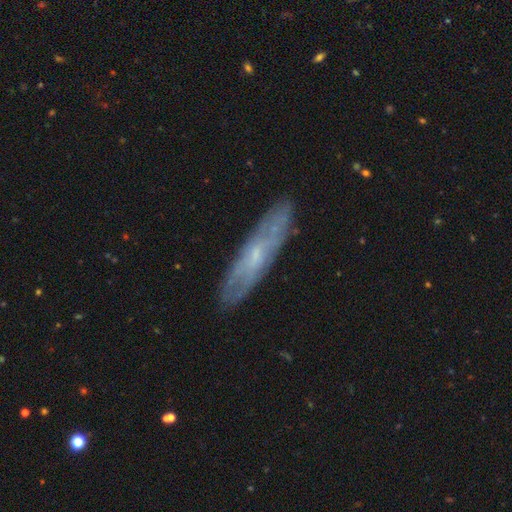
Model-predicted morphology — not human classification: The model was most divided on "edge-on disk": yes: 51%, no: 49%. More confident: merging — none (84%); smooth or featured — featured or disk (61%).